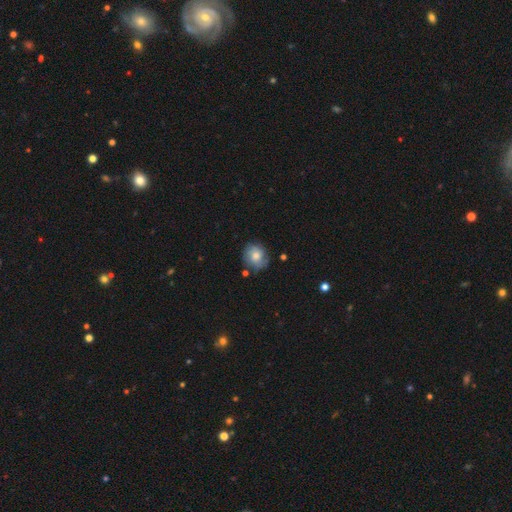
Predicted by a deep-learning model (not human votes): smooth-or-featured: smooth: 69% | featured or disk: 23% | star or artifact: 8%
  how-rounded: round: 83% | in between: 16% | cigar-shaped: 1%
  merging: none: 69% | minor disturbance: 21% | major disturbance: 5% | merger: 4%